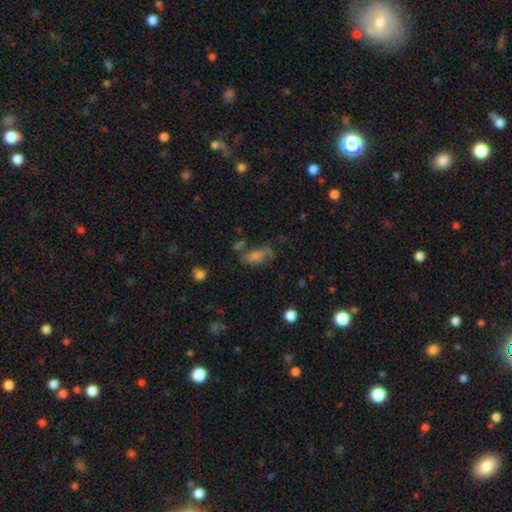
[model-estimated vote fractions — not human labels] smooth-or-featured: smooth: 50% | featured or disk: 29% | star or artifact: 21%
  how-rounded: in between: 79% | cigar-shaped: 11% | round: 9%
  merging: none: 50% | minor disturbance: 23% | major disturbance: 16% | merger: 10%